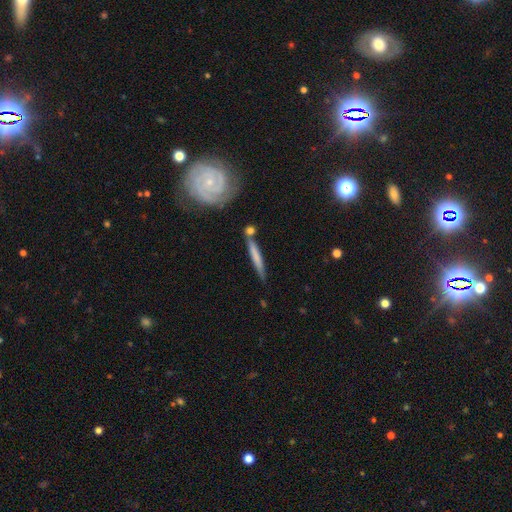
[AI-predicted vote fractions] Smooth or featured? Predicted: smooth (p=0.51). How rounded? Predicted: cigar-shaped (p=0.94). Merging? Predicted: none (p=0.72).